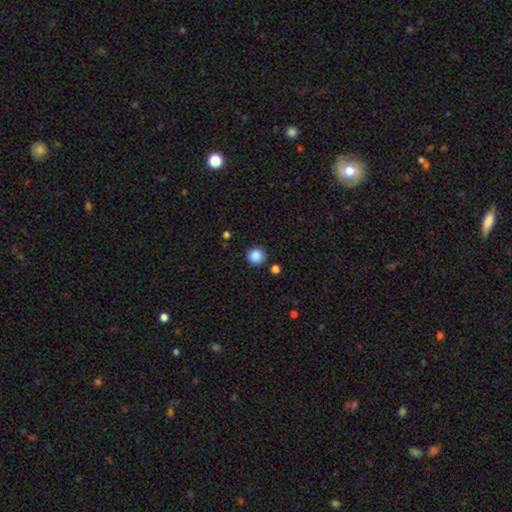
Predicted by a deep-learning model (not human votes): Overall: smooth (87%). How rounded: round (94%). Merging: none (87%).